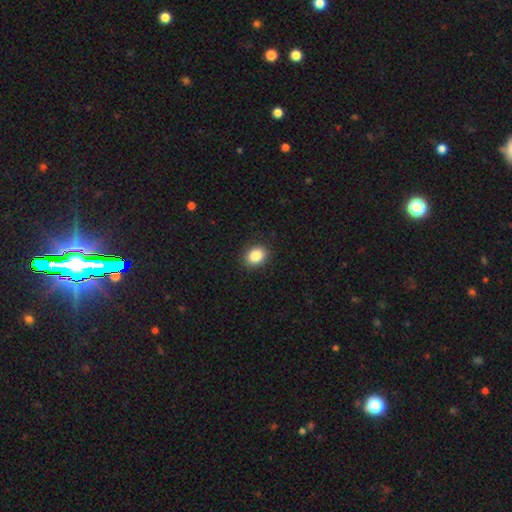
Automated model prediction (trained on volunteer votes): smooth-or-featured: smooth: 87% | star or artifact: 9% | featured or disk: 4%
  how-rounded: in between: 50% | round: 49% | cigar-shaped: 1%
  merging: none: 89% | minor disturbance: 7% | major disturbance: 2% | merger: 1%